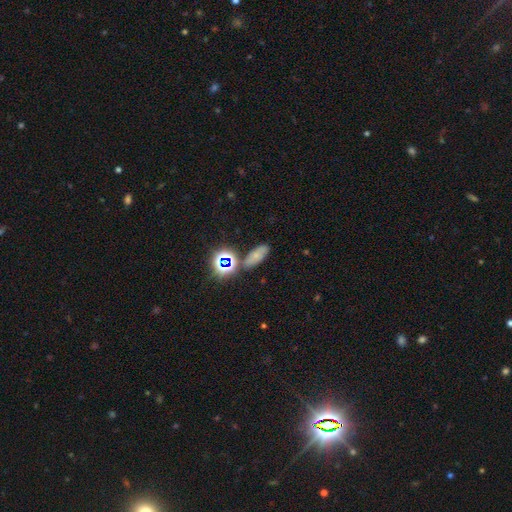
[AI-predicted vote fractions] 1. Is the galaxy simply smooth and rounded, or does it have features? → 58% smooth, 25% star or artifact, 17% featured or disk.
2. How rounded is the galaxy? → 77% in between, 12% cigar-shaped, 10% round.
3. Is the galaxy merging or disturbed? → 72% none, 15% minor disturbance, 9% merger, 4% major disturbance.